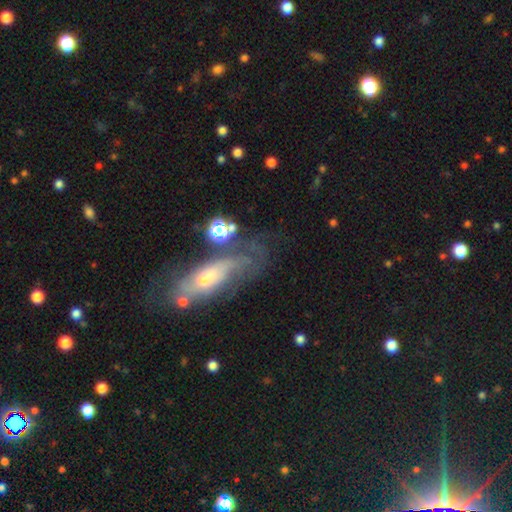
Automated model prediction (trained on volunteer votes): Overall: featured or disk (50%; smooth 29%). Merging: none (65%).